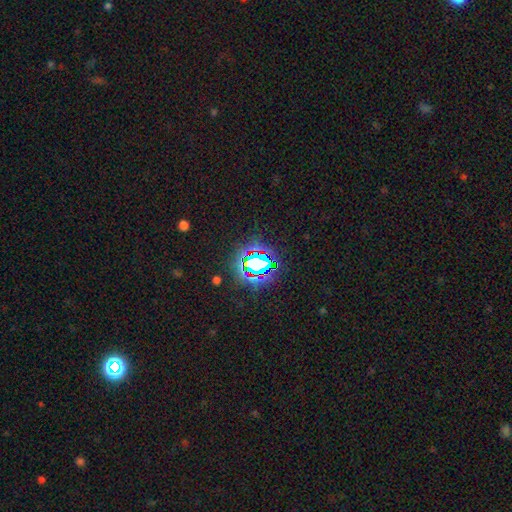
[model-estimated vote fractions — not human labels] Smooth or featured? star or artifact (79%)